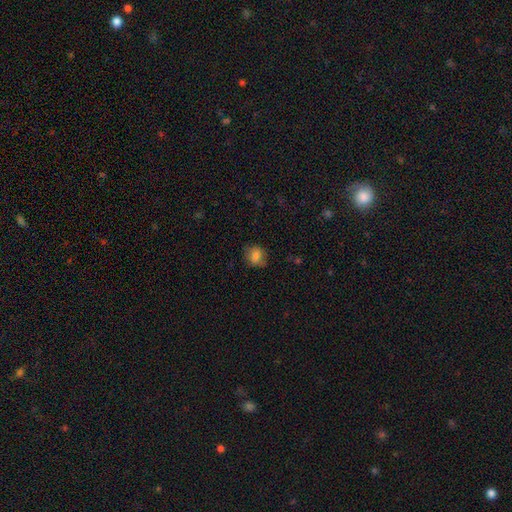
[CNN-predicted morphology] smooth-or-featured: smooth: 78% | featured or disk: 12% | star or artifact: 10%
  how-rounded: round: 72% | in between: 27% | cigar-shaped: 1%
  merging: none: 79% | minor disturbance: 16% | major disturbance: 4% | merger: 1%